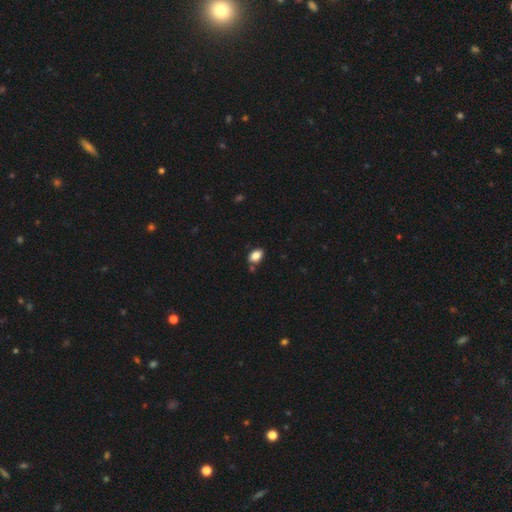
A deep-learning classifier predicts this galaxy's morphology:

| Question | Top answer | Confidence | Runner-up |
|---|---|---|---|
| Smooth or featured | smooth | 84% | star or artifact (9%) |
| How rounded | in between | 86% | round (12%) |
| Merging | none | 76% | minor disturbance (14%) |